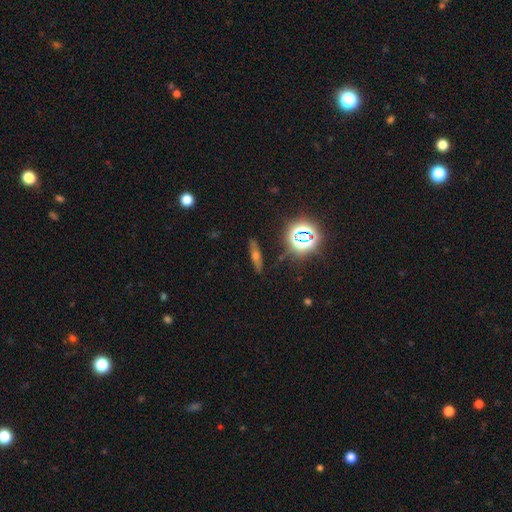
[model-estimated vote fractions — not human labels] A featured or disk galaxy (44%).

Vote fractions:
- Smooth or featured? featured or disk: 44% / smooth: 30% / star or artifact: 27%
- Merging? none: 86% / minor disturbance: 9% / major disturbance: 3% / merger: 2%